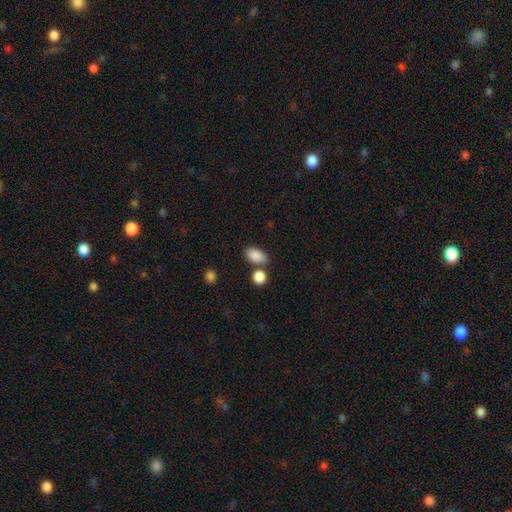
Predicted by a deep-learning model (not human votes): The model was most divided on "merging": none: 66%, merger: 18%, minor disturbance: 13%, major disturbance: 4%. More confident: how rounded — in between (90%); smooth or featured — smooth (88%).